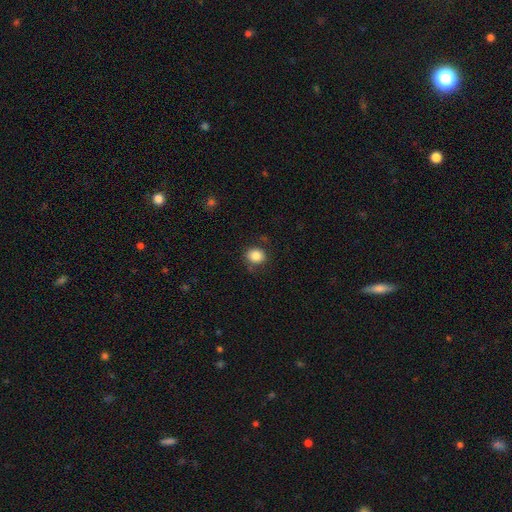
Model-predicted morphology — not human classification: smooth 84%, star or artifact 10%, featured or disk 6%. Down the decision tree: how rounded — round (71%); merging — none (79%).